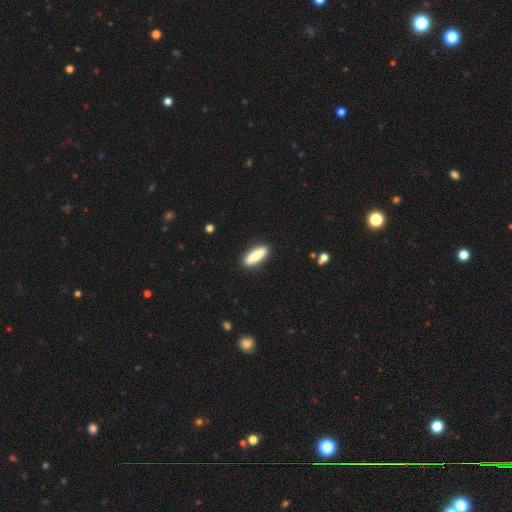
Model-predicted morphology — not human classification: This is clearly a smooth galaxy (84%). How rounded: possibly cigar-shaped (49%, tied with in between). Merging: clearly none (90%).